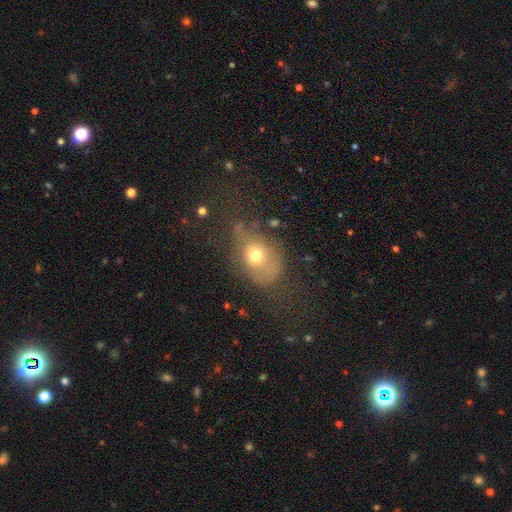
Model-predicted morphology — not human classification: Overall: smooth (63%). How rounded: in between (54%; round 44%). Merging: none (39%; major disturbance 31%).